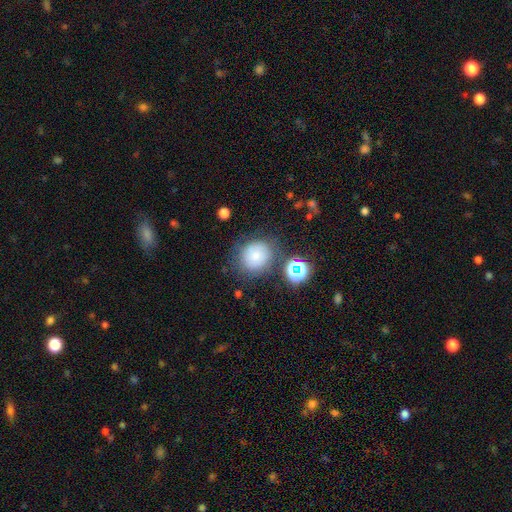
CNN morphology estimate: A smooth galaxy with no disk features (73%) that is round (81%).

Vote fractions:
- Smooth or featured? smooth: 73% / star or artifact: 14% / featured or disk: 13%
- How rounded? round: 81% / in between: 18% / cigar-shaped: 1%
- Merging? none: 70% / minor disturbance: 17% / major disturbance: 7% / merger: 6%